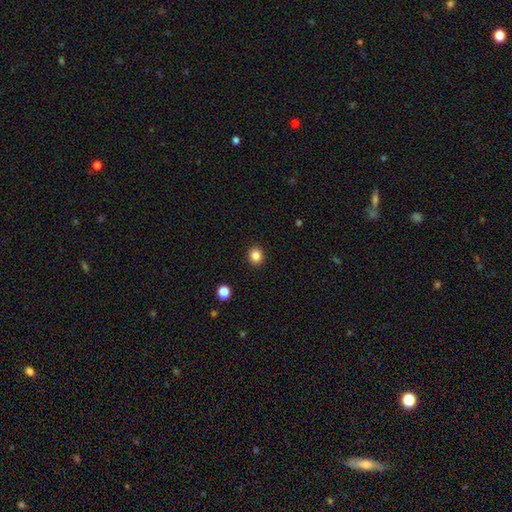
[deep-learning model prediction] Overall: smooth (85%). How rounded: round (80%). Merging: none (92%).